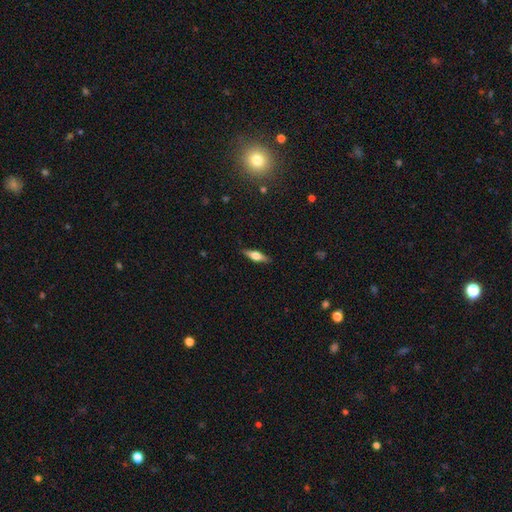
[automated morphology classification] Q: Smooth or featured?
A: featured or disk (50%); runner-up: smooth (43%)
Q: Edge-on disk?
A: yes (94%); runner-up: no (6%)
Q: Merging?
A: none (88%); runner-up: minor disturbance (9%)